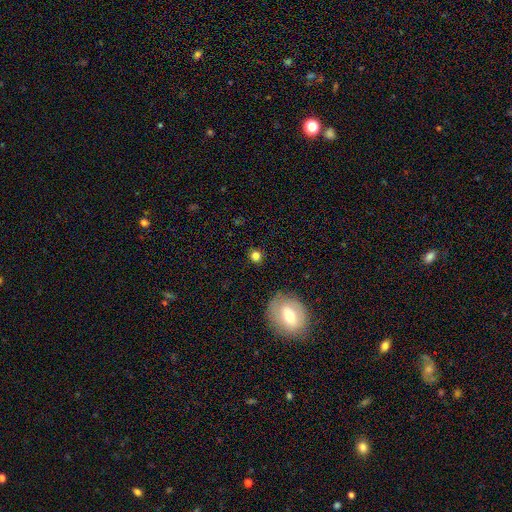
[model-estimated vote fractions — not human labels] Smooth or featured: smooth — 79% (star or artifact — 13%)
How rounded: round — 82% (in between — 17%)
Merging: none — 86% (minor disturbance — 9%)